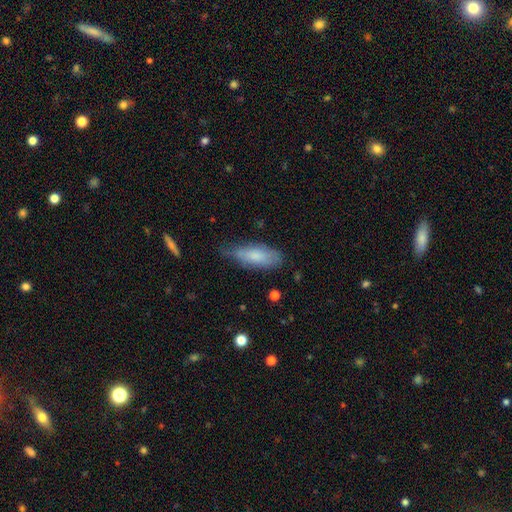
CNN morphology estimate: Smooth or featured? smooth (76%)
How rounded? in between (72%)
Merging? none (53%)